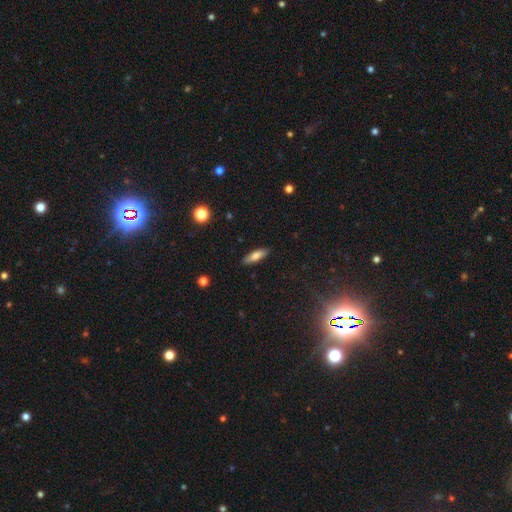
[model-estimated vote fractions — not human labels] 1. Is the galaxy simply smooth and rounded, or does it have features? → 71% smooth, 22% featured or disk, 7% star or artifact.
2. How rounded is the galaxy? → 52% cigar-shaped, 46% in between, 2% round.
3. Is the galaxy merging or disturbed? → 89% none, 8% minor disturbance, 2% major disturbance, 1% merger.